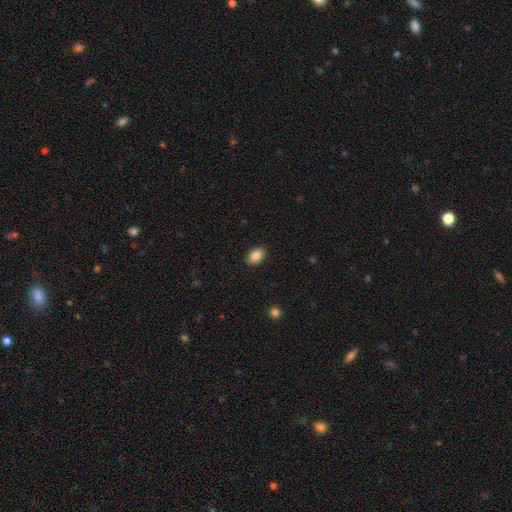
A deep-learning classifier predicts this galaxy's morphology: smooth-or-featured: smooth: 88% | star or artifact: 8% | featured or disk: 4%
  how-rounded: in between: 89% | round: 10% | cigar-shaped: 1%
  merging: none: 90% | minor disturbance: 7% | major disturbance: 2% | merger: 1%